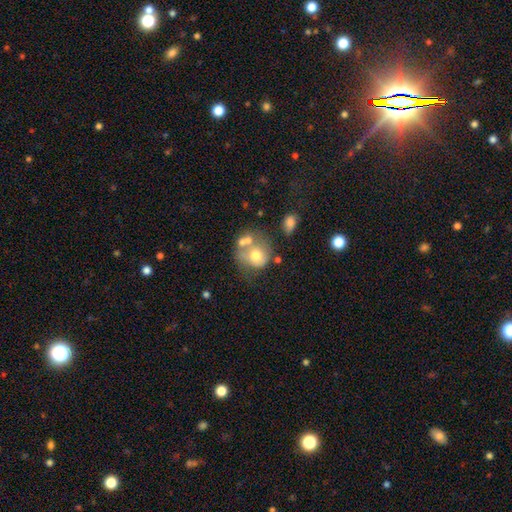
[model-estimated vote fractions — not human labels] Q: Smooth or featured?
A: smooth (59%); runner-up: featured or disk (31%)
Q: How rounded?
A: round (73%); runner-up: in between (26%)
Q: Merging?
A: merger (38%); runner-up: none (30%)